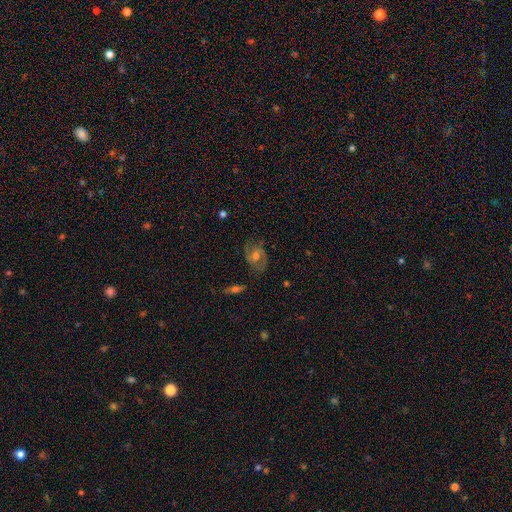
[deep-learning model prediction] A featured or disk galaxy (77%) with no bar (55%), 2 (86%) medium (51%) spiral arms (91%) and a moderate central bulge (68%). Merging: none (77%).